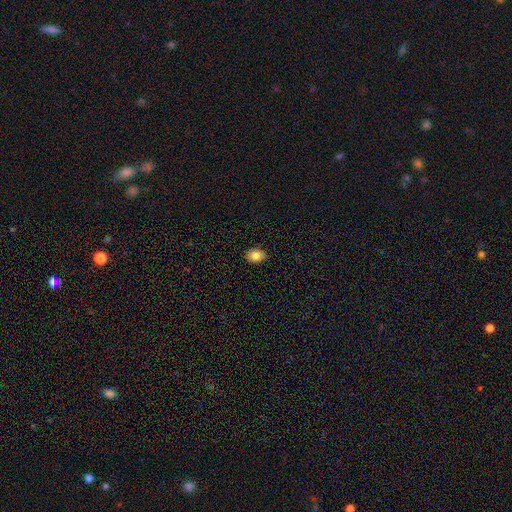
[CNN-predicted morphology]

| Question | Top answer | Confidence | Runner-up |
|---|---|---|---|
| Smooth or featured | smooth | 83% | star or artifact (9%) |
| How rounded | in between | 75% | round (24%) |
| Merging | none | 88% | minor disturbance (9%) |